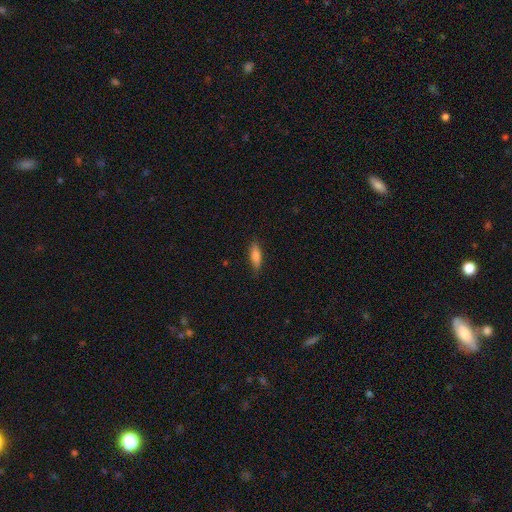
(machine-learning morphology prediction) smooth-or-featured: smooth: 75% | featured or disk: 18% | star or artifact: 7%
  how-rounded: cigar-shaped: 52% | in between: 46% | round: 2%
  merging: none: 83% | minor disturbance: 13% | major disturbance: 2% | merger: 1%